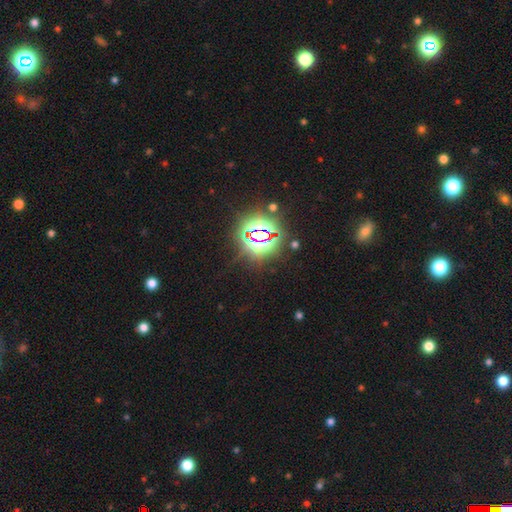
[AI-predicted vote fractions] smooth-or-featured: star or artifact: 83% | smooth: 11% | featured or disk: 6%